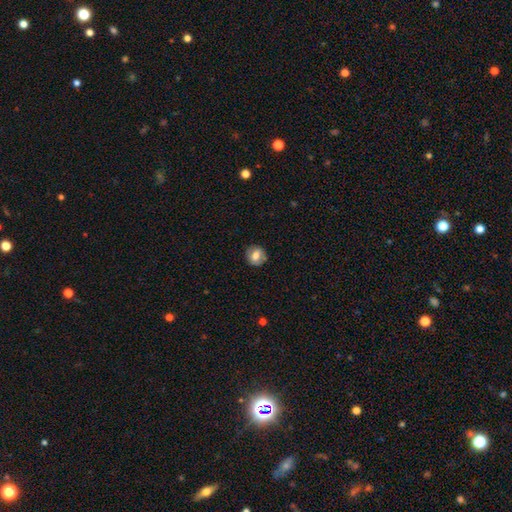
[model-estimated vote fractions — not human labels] A smooth galaxy with no disk features (63%) that is round (79%). Merging: none (82%).